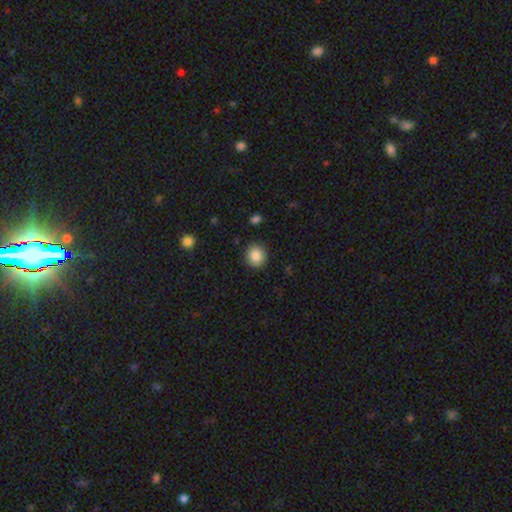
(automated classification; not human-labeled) Smooth or featured? smooth (87%)
How rounded? round (90%)
Merging? none (90%)